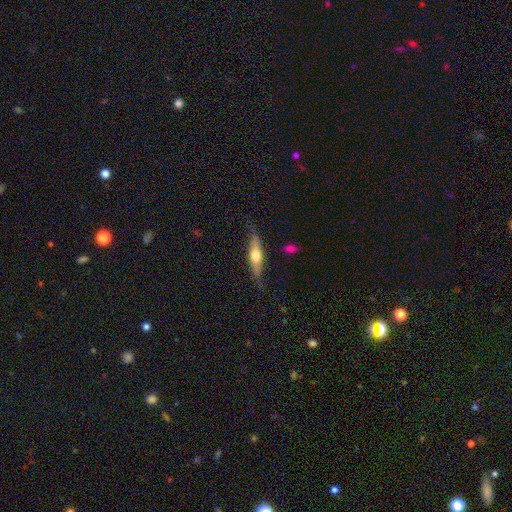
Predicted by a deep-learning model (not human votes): Smooth or featured: featured or disk — 53% (smooth — 42%)
Edge-on disk: yes — 88% (no — 12%)
Merging: none — 75% (minor disturbance — 19%)